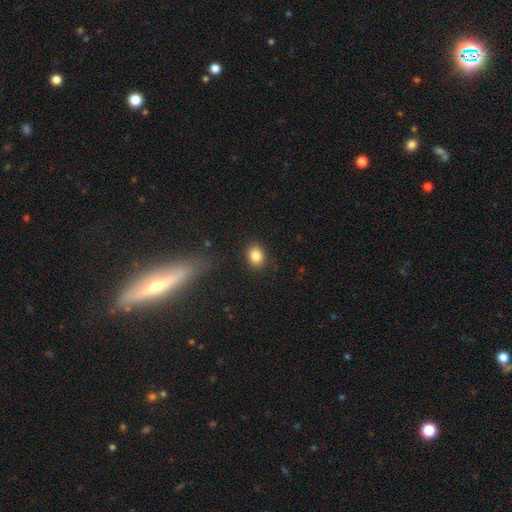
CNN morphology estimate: smooth 84%, star or artifact 9%, featured or disk 7%. Down the decision tree: how rounded — in between (59%); merging — none (88%).